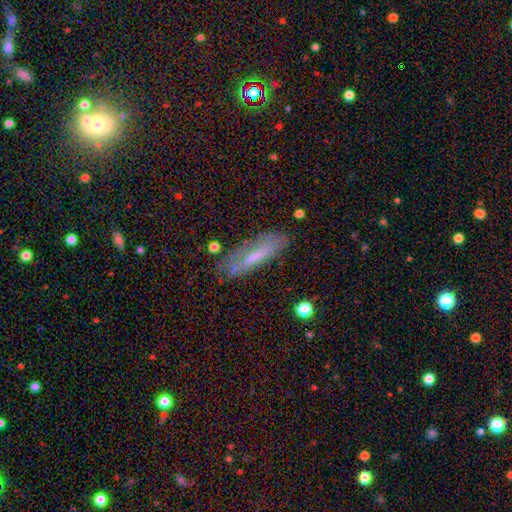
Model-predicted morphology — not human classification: smooth_or_featured: smooth (p=0.56) [alt: featured or disk p=0.35]
how_rounded: cigar-shaped (p=0.64) [alt: in between p=0.34]
merging: none (p=0.67) [alt: minor disturbance p=0.22]